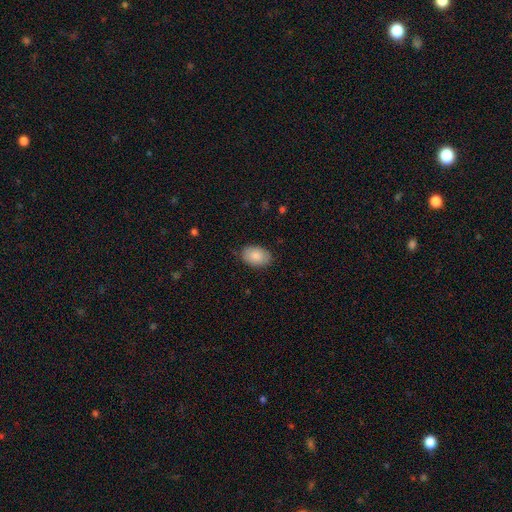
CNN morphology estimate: Q: Smooth or featured?
A: smooth (85%); runner-up: featured or disk (8%)
Q: How rounded?
A: in between (89%); runner-up: round (10%)
Q: Merging?
A: none (85%); runner-up: minor disturbance (12%)